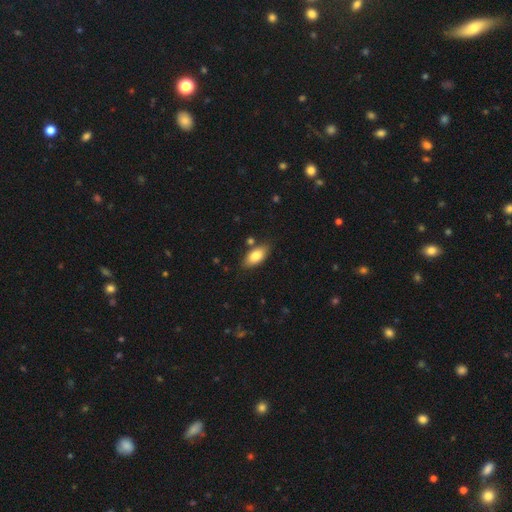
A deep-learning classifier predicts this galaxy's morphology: Smooth or featured: smooth — 83% (featured or disk — 11%)
How rounded: in between — 91% (cigar-shaped — 7%)
Merging: none — 79% (minor disturbance — 13%)